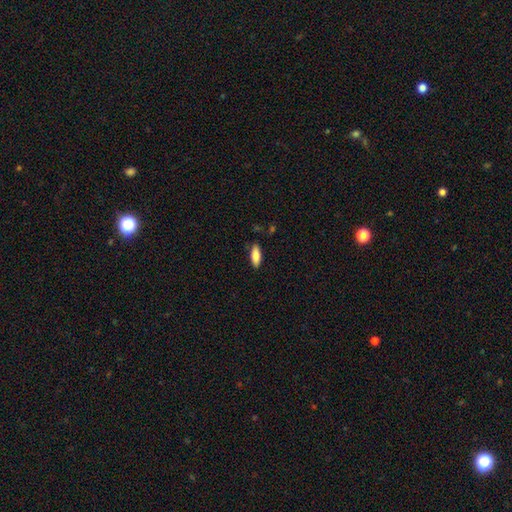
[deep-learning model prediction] This is clearly a smooth galaxy (86%). How rounded: likely in between (70%). Merging: clearly none (85%).